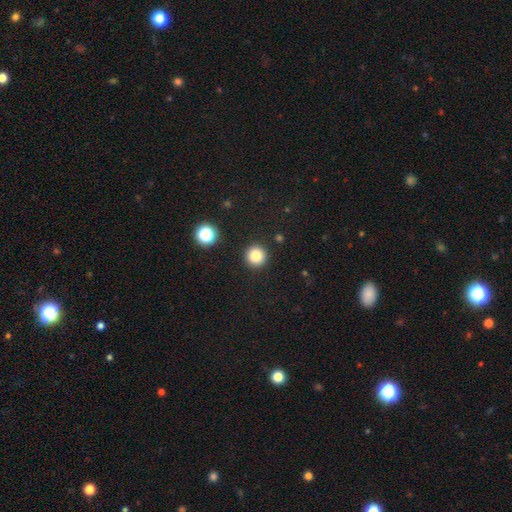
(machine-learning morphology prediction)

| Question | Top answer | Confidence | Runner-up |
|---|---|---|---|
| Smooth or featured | smooth | 83% | star or artifact (12%) |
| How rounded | round | 95% | in between (4%) |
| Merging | none | 91% | minor disturbance (5%) |